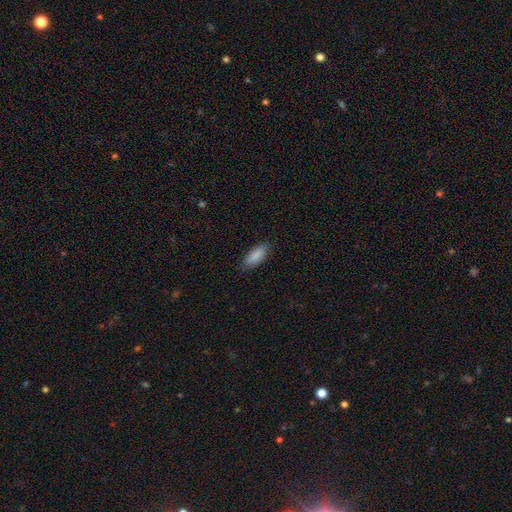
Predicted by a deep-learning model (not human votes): A smooth galaxy with no disk features (89%) that is in between round and cigar-shaped (77%). Merging: none (85%).